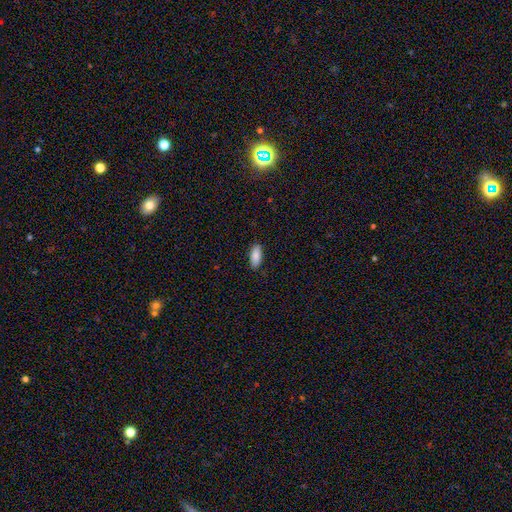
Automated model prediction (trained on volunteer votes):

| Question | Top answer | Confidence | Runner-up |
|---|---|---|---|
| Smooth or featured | smooth | 87% | featured or disk (6%) |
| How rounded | in between | 84% | cigar-shaped (14%) |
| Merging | none | 88% | minor disturbance (9%) |